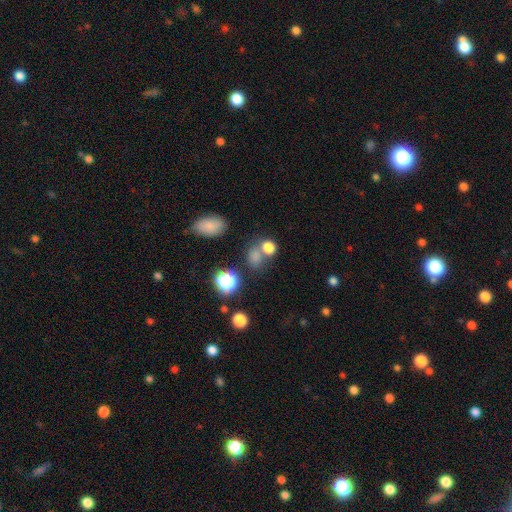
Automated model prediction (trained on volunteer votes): Overall: smooth (73%). How rounded: round (60%; in between 38%). Merging: none (53%; merger 28%).